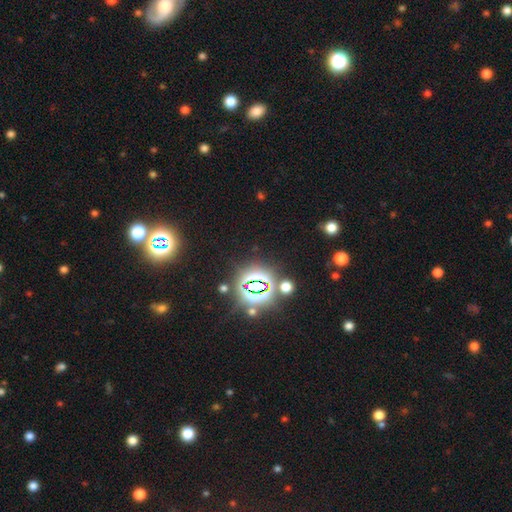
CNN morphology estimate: smooth_or_featured: star or artifact (p=0.83) [alt: smooth p=0.10]